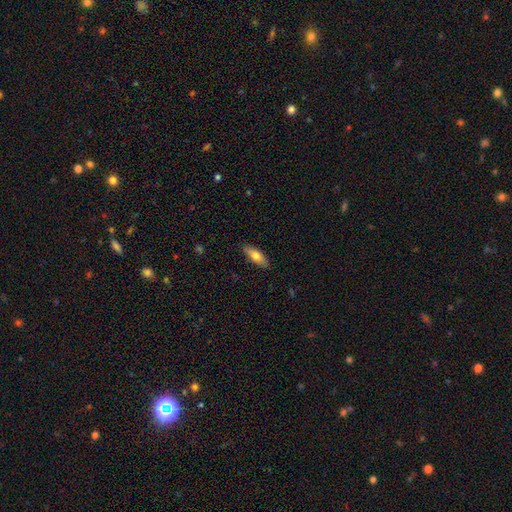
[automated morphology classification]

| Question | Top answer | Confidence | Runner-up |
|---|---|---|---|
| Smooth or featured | smooth | 74% | featured or disk (20%) |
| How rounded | in between | 63% | cigar-shaped (34%) |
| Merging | none | 87% | minor disturbance (10%) |